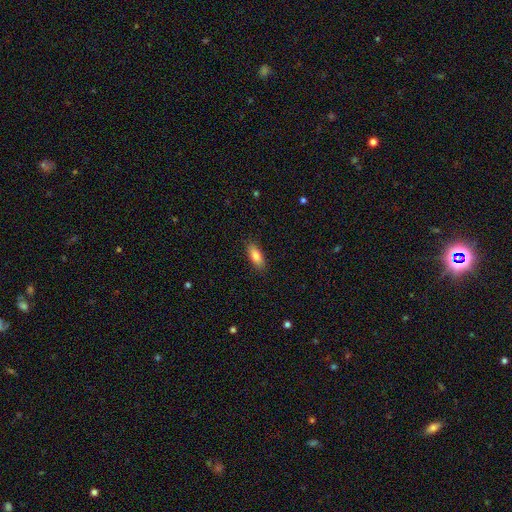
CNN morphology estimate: Smooth or featured: smooth — 84% (featured or disk — 9%)
How rounded: in between — 78% (cigar-shaped — 20%)
Merging: none — 87% (minor disturbance — 10%)